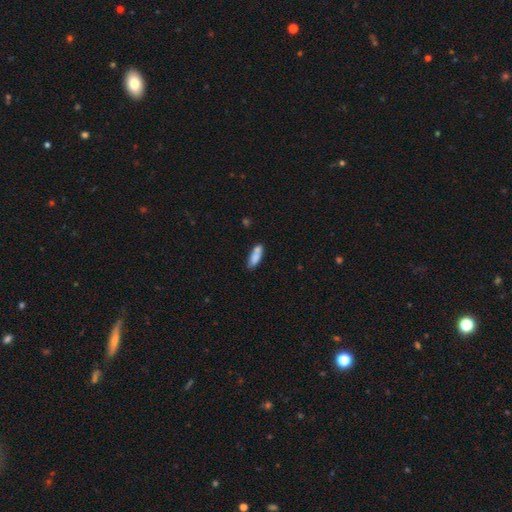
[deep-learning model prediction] This is likely a smooth galaxy (79%). How rounded: possibly in between (59%). Merging: possibly none (57%).